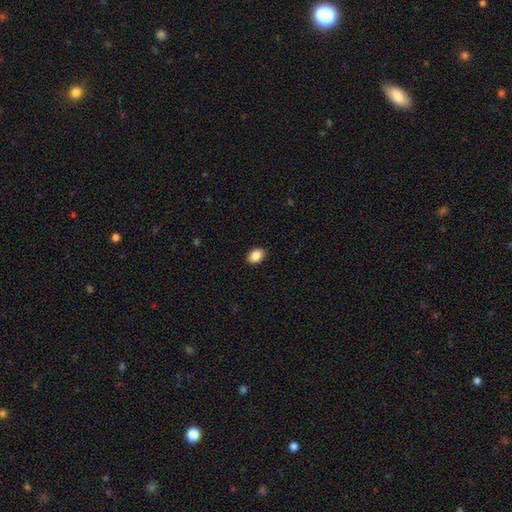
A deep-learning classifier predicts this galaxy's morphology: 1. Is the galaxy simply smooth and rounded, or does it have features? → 87% smooth, 8% star or artifact, 5% featured or disk.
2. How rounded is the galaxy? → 81% in between, 18% round, 1% cigar-shaped.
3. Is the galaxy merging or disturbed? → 90% none, 7% minor disturbance, 2% major disturbance, 1% merger.